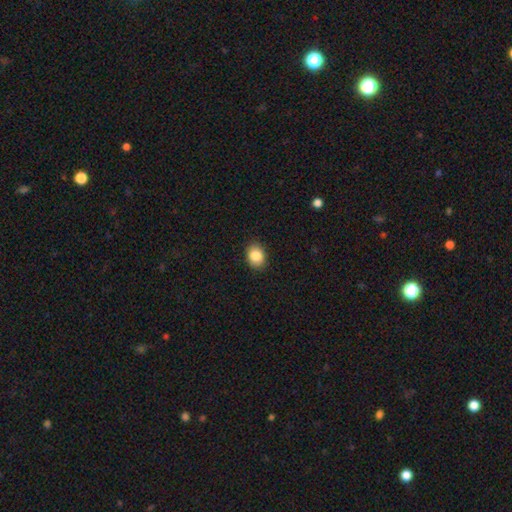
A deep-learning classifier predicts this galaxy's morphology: type=smooth (86%); roundness=in between (58%); merging=none (89%).